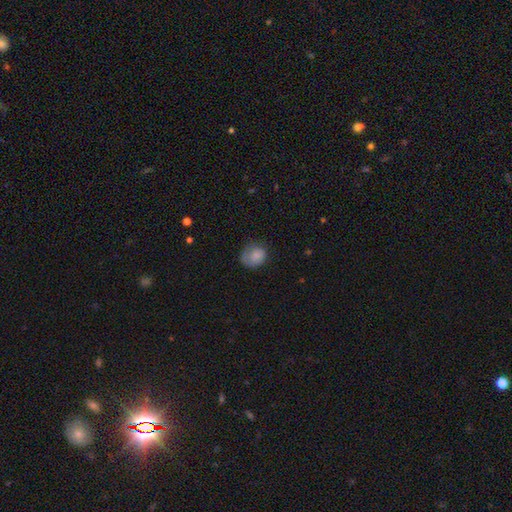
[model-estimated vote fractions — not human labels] The model was most divided on "merging": none: 53%, minor disturbance: 28%, major disturbance: 17%, merger: 2%. More confident: smooth or featured — smooth (78%); how rounded — round (62%).